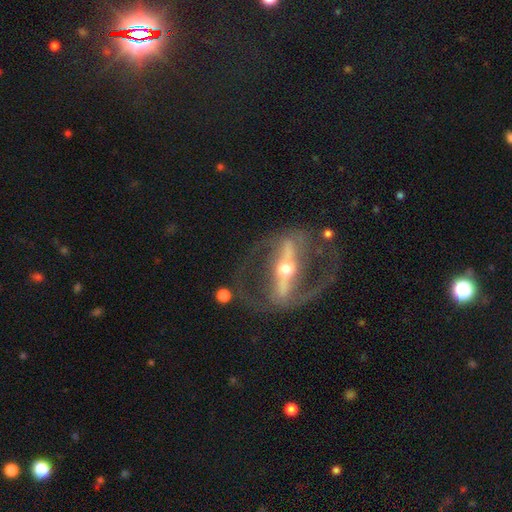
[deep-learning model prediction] smooth-or-featured: featured or disk: 88% | smooth: 6% | star or artifact: 6%
  disk-edge-on: no: 79% | yes: 21%
    bar: strong: 82% | weak: 11% | no: 7%
    has-spiral-arms: yes: 78% | no: 22%
      spiral-winding: medium: 47% | loose: 29% | tight: 24%
      spiral-arm-count: 2: 88% | can't tell: 6% | 1: 3% | 3: 1% | 4: 1% | more than 4: 1%
    bulge-size: moderate: 53% | small: 39% | large: 5% | dominant: 2% | none: 1%
  merging: none: 63% | major disturbance: 20% | minor disturbance: 13% | merger: 3%